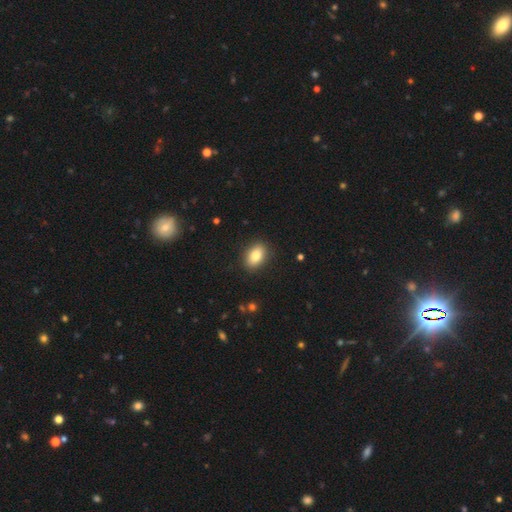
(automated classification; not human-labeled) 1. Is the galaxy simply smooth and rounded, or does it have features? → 84% smooth, 8% featured or disk, 8% star or artifact.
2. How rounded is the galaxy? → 85% in between, 13% round, 2% cigar-shaped.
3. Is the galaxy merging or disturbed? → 89% none, 8% minor disturbance, 2% major disturbance, 1% merger.